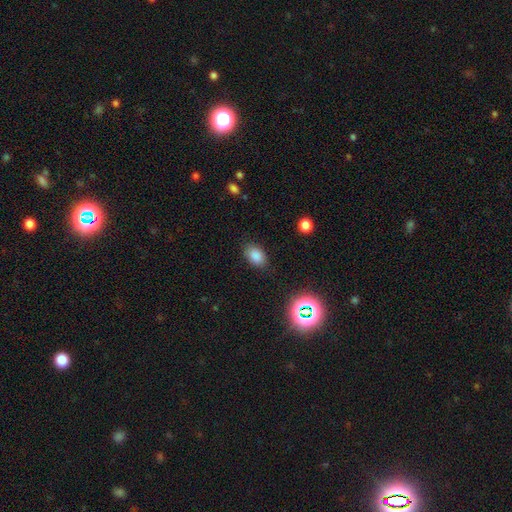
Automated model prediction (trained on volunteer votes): Overall: smooth (83%). How rounded: in between (85%). Merging: none (84%).